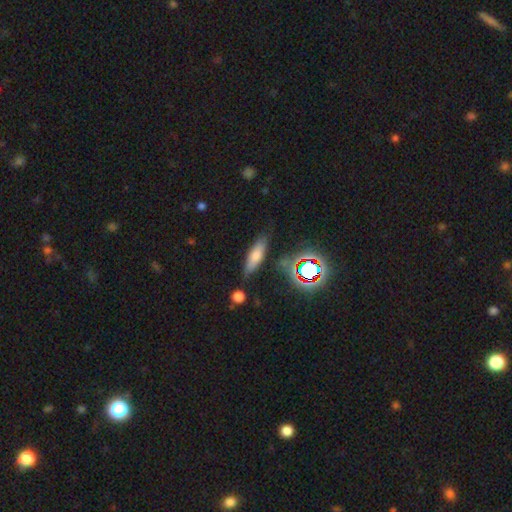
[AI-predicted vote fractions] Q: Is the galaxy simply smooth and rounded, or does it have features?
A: smooth — 62%.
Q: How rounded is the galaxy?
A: cigar-shaped — 52%.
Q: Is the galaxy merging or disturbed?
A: none — 77%.